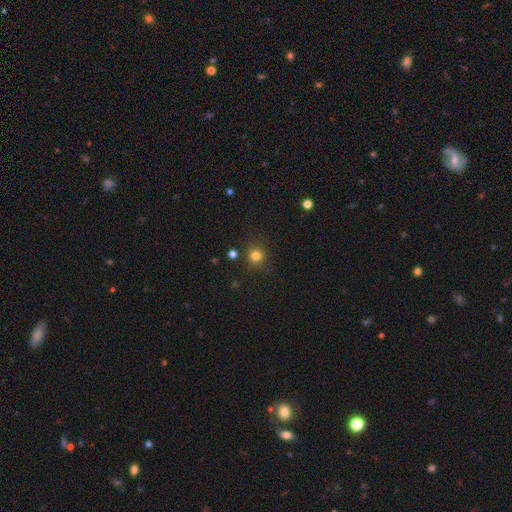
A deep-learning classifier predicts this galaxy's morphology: A smooth galaxy with no disk features (79%) that is round (92%). Merging: none (86%).